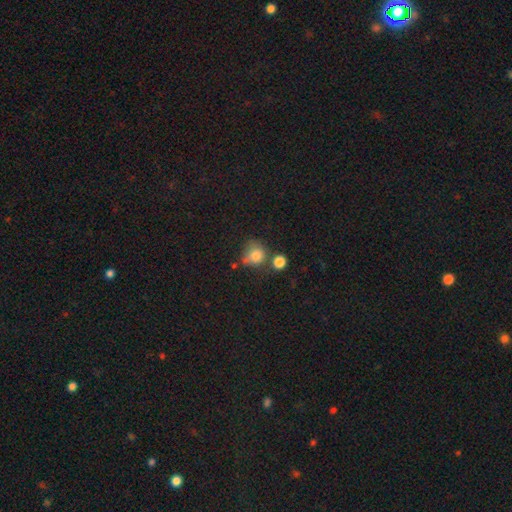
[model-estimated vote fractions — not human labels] Overall: smooth (79%). How rounded: round (78%). Merging: none (48%; minor disturbance 22%).